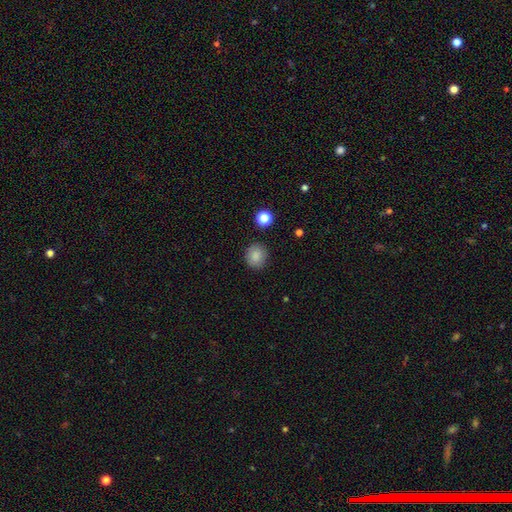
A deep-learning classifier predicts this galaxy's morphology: Overall: smooth (86%). How rounded: round (84%). Merging: none (88%).